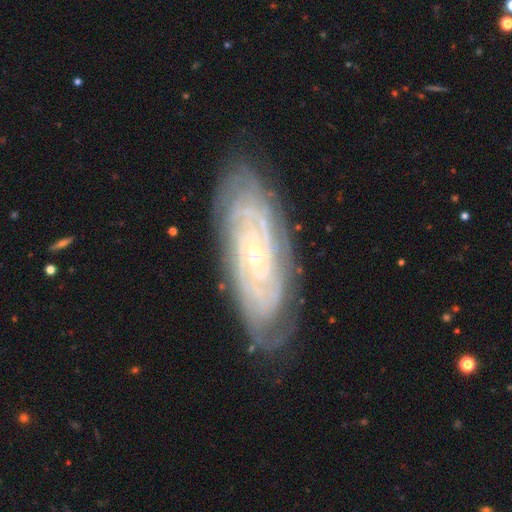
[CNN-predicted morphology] Smooth or featured? Predicted: featured or disk (p=0.89). Edge-on disk? Predicted: no (p=0.92). Bar? Predicted: no (p=0.57). Spiral arms? Predicted: yes (p=0.98). Spiral winding? Predicted: tight (p=0.82). Spiral arm count? Predicted: can't tell (p=0.28). Bulge size? Predicted: small (p=0.81). Merging? Predicted: none (p=0.81).